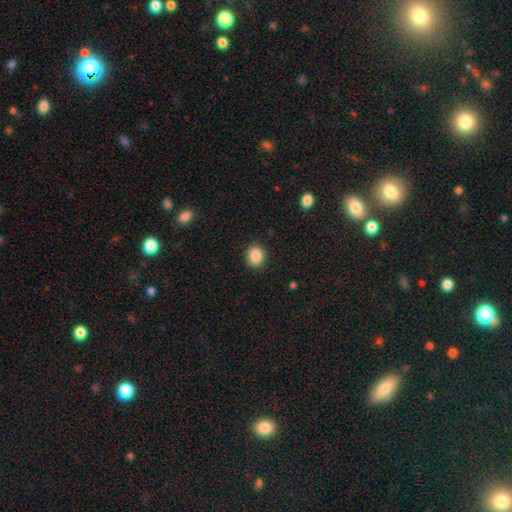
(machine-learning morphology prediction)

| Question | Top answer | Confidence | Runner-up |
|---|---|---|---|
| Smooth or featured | smooth | 87% | star or artifact (9%) |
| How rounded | round | 77% | in between (22%) |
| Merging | none | 90% | minor disturbance (7%) |